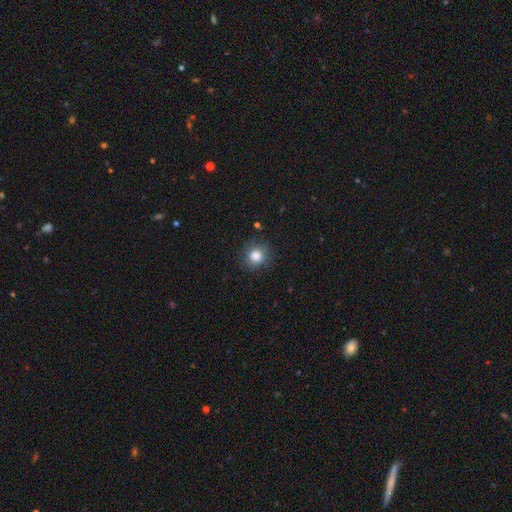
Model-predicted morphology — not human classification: smooth_or_featured: smooth (p=0.83) [alt: star or artifact p=0.11]
how_rounded: round (p=0.88) [alt: in between p=0.11]
merging: none (p=0.82) [alt: minor disturbance p=0.12]